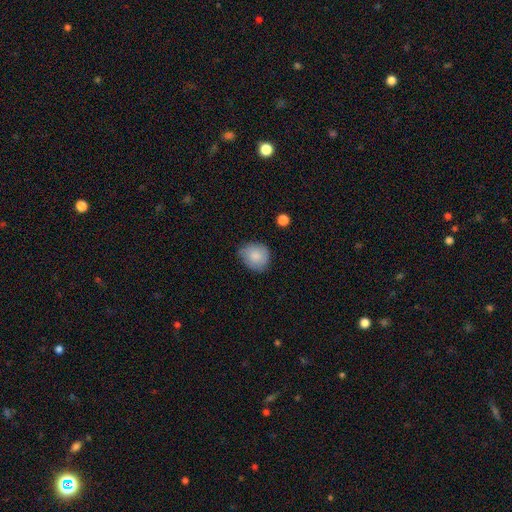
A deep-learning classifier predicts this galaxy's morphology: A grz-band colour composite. It shows a smooth galaxy with no disk features (83%) that is round (74%). Merging: none (65%).